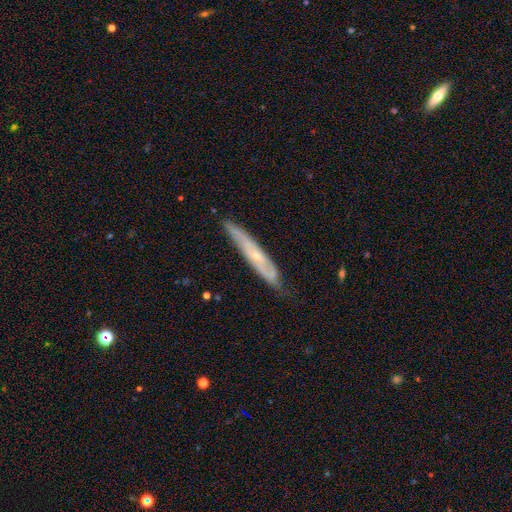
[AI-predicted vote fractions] Overall: featured or disk (66%; smooth 28%). Edge-on disk: yes (64%; no 36%). Merging: none (73%).